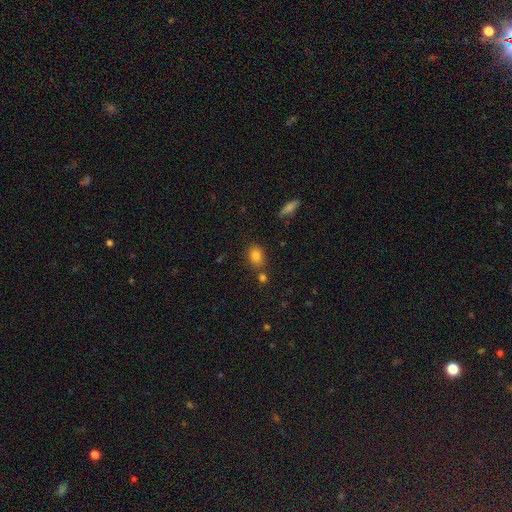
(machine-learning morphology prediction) This is clearly a smooth galaxy (82%). How rounded: likely in between (69%). Merging: likely none (71%).